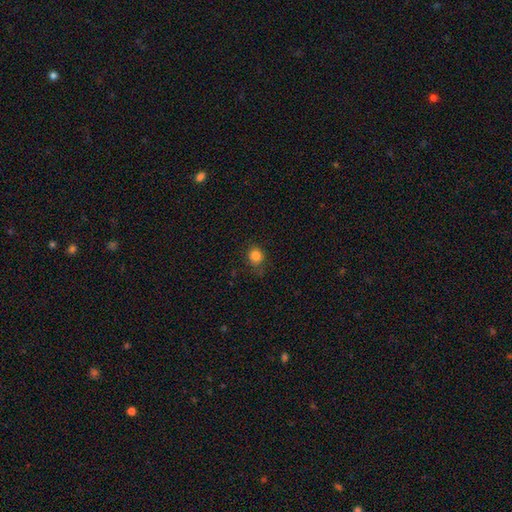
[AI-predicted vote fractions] smooth 83%, star or artifact 12%, featured or disk 5%. Down the decision tree: how rounded — round (83%); merging — none (79%).